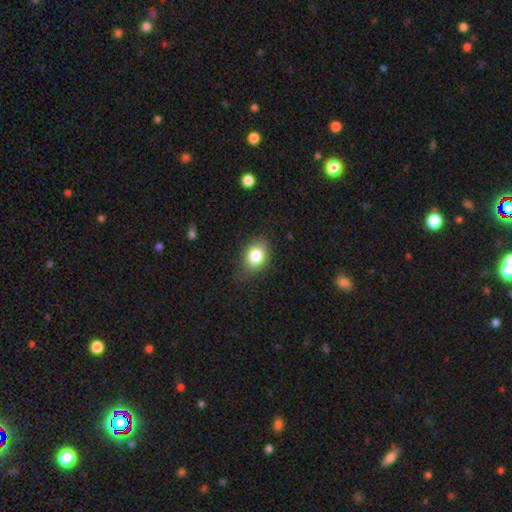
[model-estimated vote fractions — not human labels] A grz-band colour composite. It shows a smooth galaxy with no disk features (81%) that is in between round and cigar-shaped (65%). Merging: none (74%).